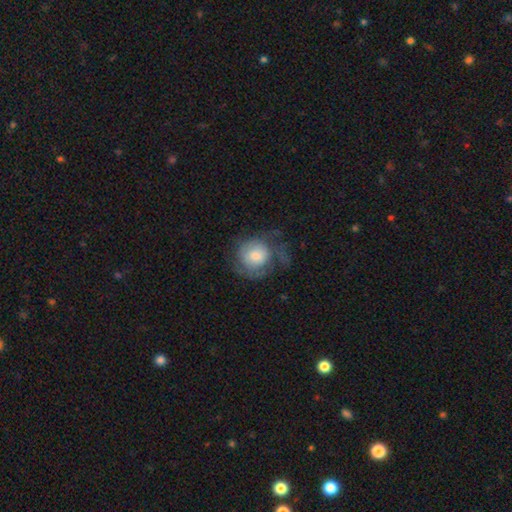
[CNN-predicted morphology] Smooth or featured: smooth — 55% (featured or disk — 38%)
How rounded: round — 82% (in between — 17%)
Merging: none — 47% (major disturbance — 27%)